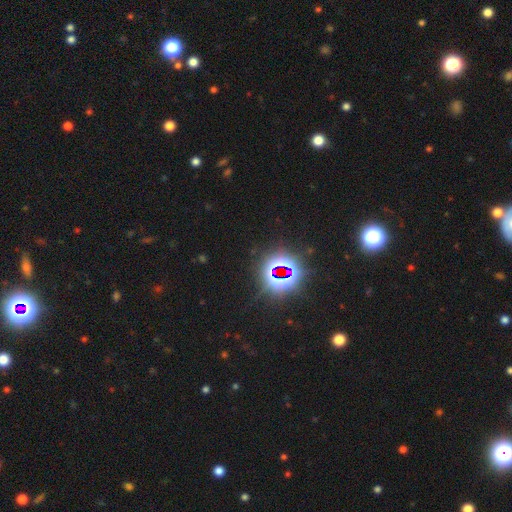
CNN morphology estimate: A star or artifact, not a galaxy (83%).